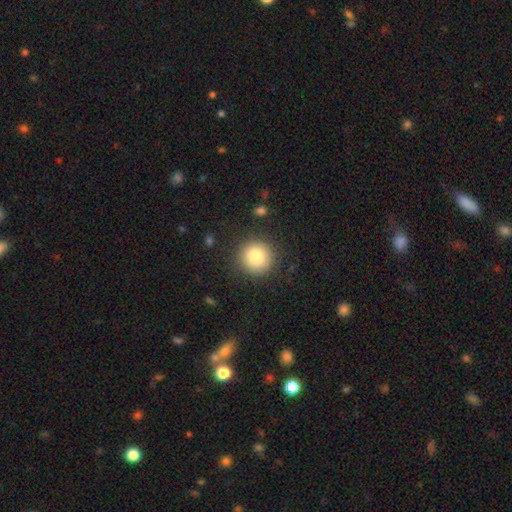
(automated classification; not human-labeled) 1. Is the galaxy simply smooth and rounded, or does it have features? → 83% smooth, 10% star or artifact, 7% featured or disk.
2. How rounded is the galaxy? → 93% round, 6% in between, 1% cigar-shaped.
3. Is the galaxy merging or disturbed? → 87% none, 8% minor disturbance, 3% major disturbance, 1% merger.